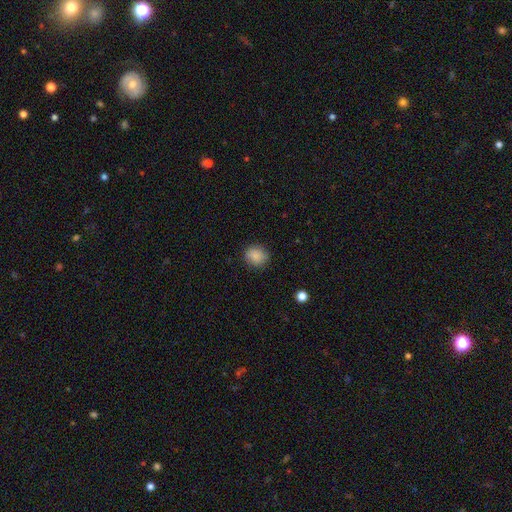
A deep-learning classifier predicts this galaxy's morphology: type=smooth (86%); roundness=round (78%); merging=none (85%).